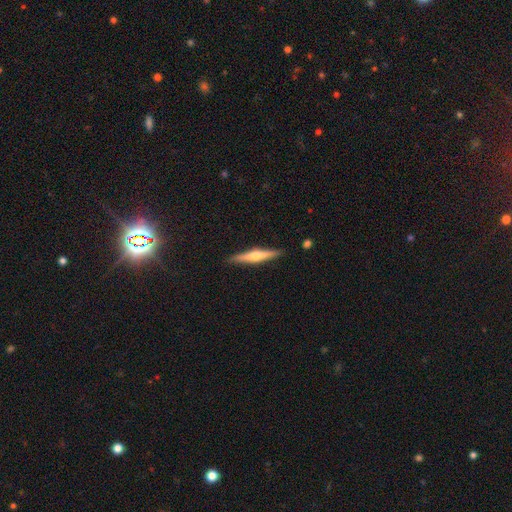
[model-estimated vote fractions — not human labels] A featured or disk galaxy (61%) viewed edge-on (97%) with a rounded central bulge (88%).

Vote fractions:
- Smooth or featured? featured or disk: 61% / smooth: 33% / star or artifact: 6%
- Edge-on disk? yes: 97% / no: 3%
- Edge-on bulge? rounded: 88% / none: 7% / boxy: 4%
- Merging? none: 90% / minor disturbance: 7% / major disturbance: 2% / merger: 1%